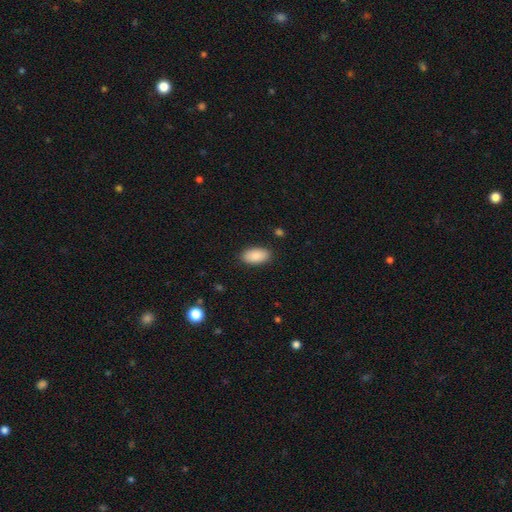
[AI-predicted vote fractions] Smooth or featured? Predicted: smooth (p=0.89). How rounded? Predicted: in between (p=0.94). Merging? Predicted: none (p=0.88).